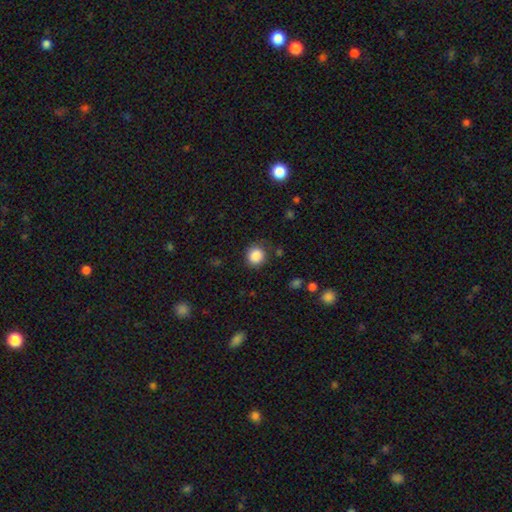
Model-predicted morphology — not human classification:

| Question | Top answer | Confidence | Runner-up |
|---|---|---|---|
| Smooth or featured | smooth | 87% | star or artifact (10%) |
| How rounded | round | 88% | in between (11%) |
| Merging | none | 83% | minor disturbance (12%) |